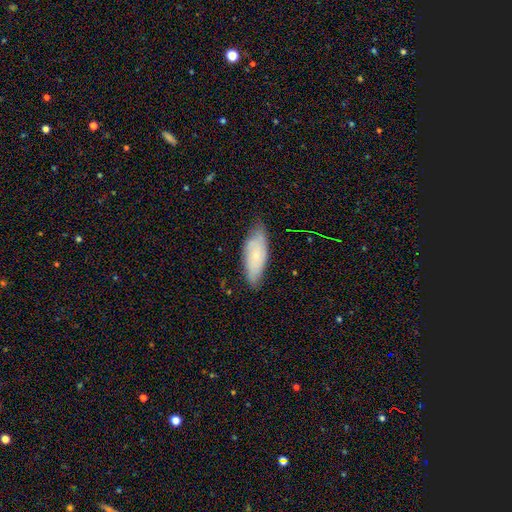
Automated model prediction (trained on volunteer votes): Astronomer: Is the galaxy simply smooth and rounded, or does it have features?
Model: smooth — 56% (runner-up: featured or disk, 37%).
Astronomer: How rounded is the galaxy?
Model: in between — 71%.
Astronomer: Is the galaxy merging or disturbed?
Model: none — 69%.